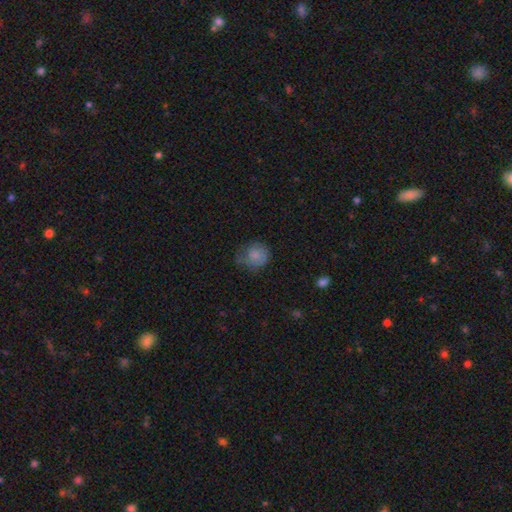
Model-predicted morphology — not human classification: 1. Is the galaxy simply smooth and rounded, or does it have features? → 78% smooth, 13% featured or disk, 9% star or artifact.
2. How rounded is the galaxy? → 83% round, 16% in between, 1% cigar-shaped.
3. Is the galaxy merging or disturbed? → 49% none, 32% minor disturbance, 17% major disturbance, 2% merger.